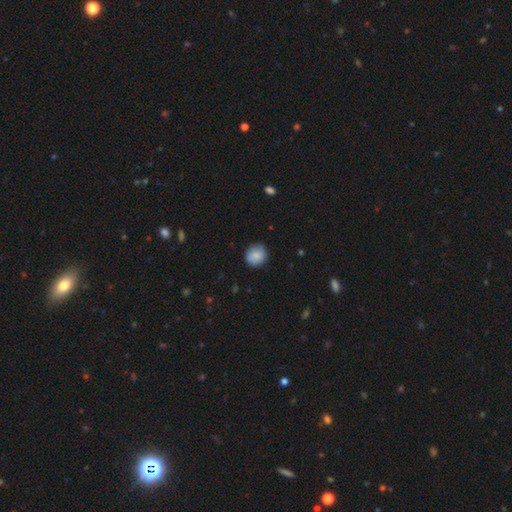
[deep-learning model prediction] Smooth or featured? smooth (87%)
How rounded? round (87%)
Merging? none (86%)